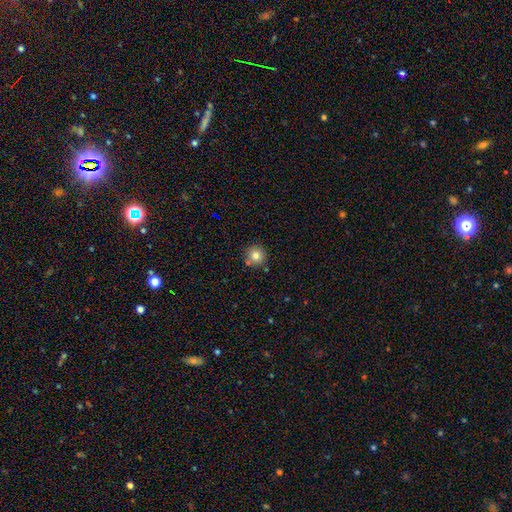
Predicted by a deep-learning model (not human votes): Smooth or featured? smooth (80%)
How rounded? round (94%)
Merging? none (79%)